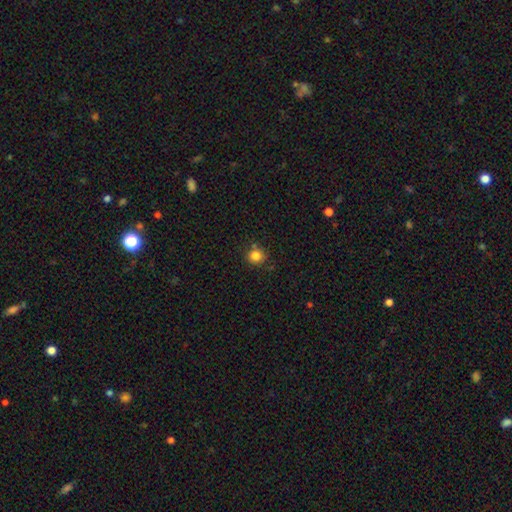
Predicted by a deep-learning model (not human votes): This appears to be a smooth galaxy with no disk features (83%) that is round (85%). Merging: none (76%).